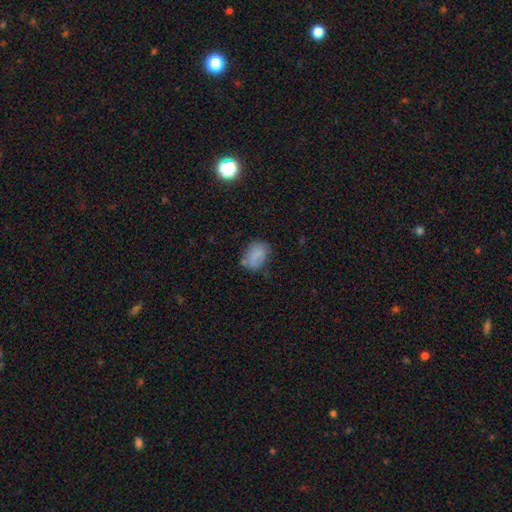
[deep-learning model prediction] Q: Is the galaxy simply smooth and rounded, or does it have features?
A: smooth — 81%.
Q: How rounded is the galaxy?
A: in between — 77%.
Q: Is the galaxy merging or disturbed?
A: none — 60%.